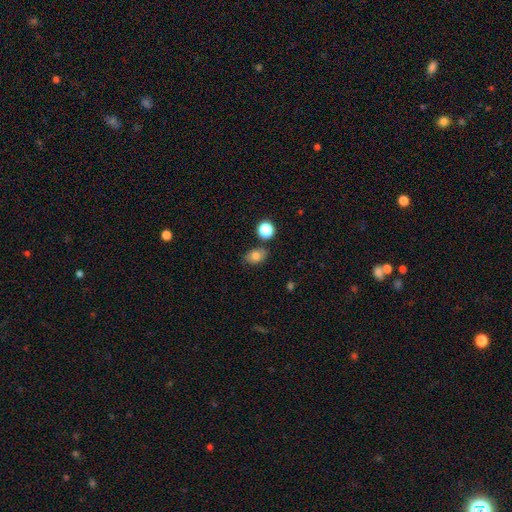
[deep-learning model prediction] Smooth or featured? smooth (78%)
How rounded? in between (77%)
Merging? none (77%)